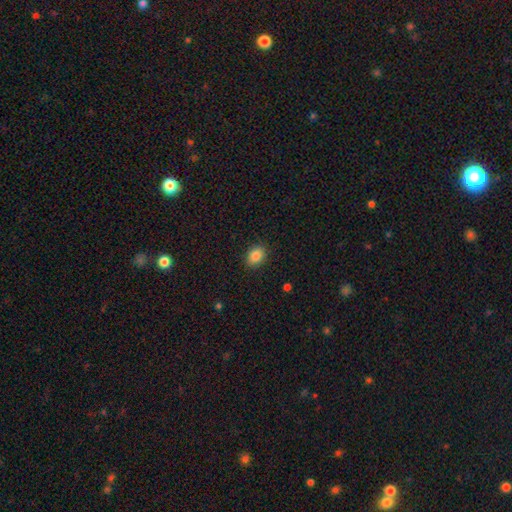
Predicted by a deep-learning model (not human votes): Q: Smooth or featured?
A: smooth (86%); runner-up: star or artifact (9%)
Q: How rounded?
A: in between (64%); runner-up: round (35%)
Q: Merging?
A: none (89%); runner-up: minor disturbance (8%)